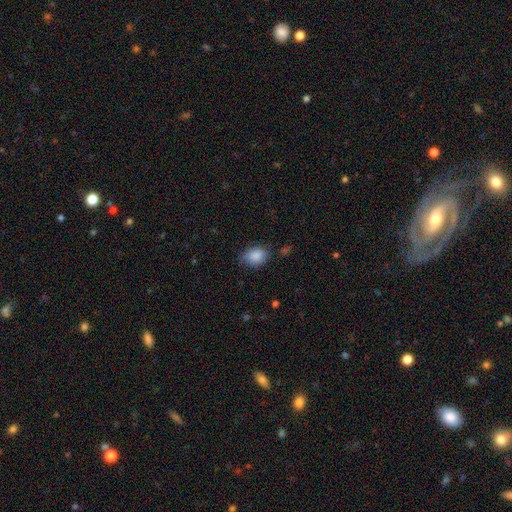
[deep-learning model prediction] Overall: smooth (86%). How rounded: in between (69%; round 30%). Merging: none (64%; minor disturbance 28%).